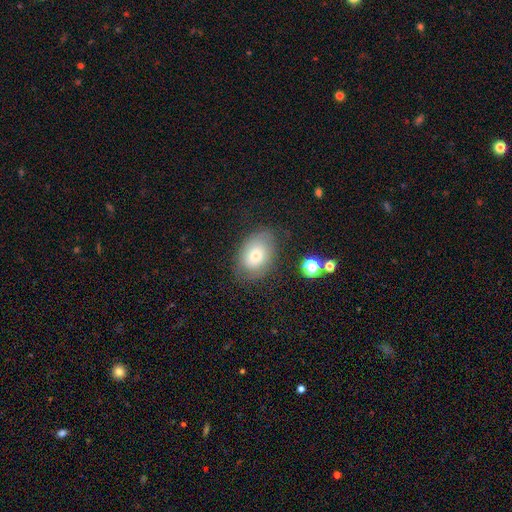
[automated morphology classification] Smooth or featured?
  - smooth: 68% *
  - featured or disk: 22%
  - star or artifact: 10%
How rounded?
  - in between: 79% *
  - round: 20%
  - cigar-shaped: 1%
Merging?
  - none: 71% *
  - minor disturbance: 20%
  - major disturbance: 7%
  - merger: 2%